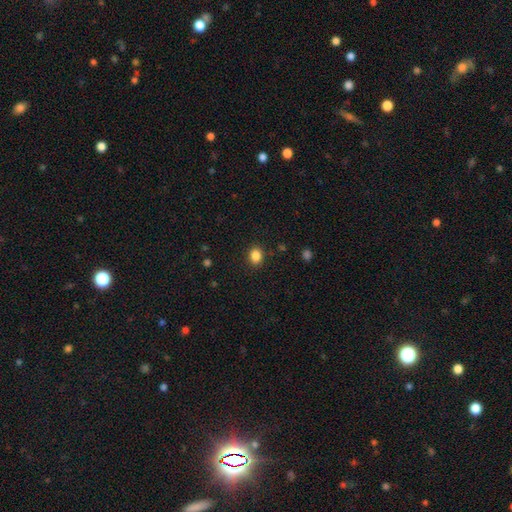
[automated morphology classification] This appears to be a smooth galaxy with no disk features (86%) that is round (55%). Merging: none (89%).